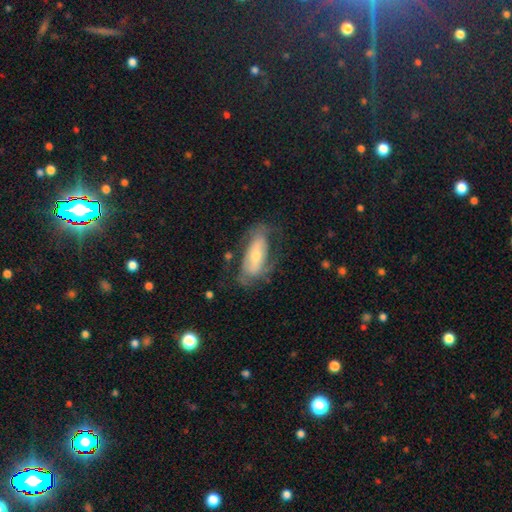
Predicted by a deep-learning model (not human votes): featured or disk 54%, smooth 39%, star or artifact 7%. Down the decision tree: edge-on disk — no (84%); merging — none (59%).